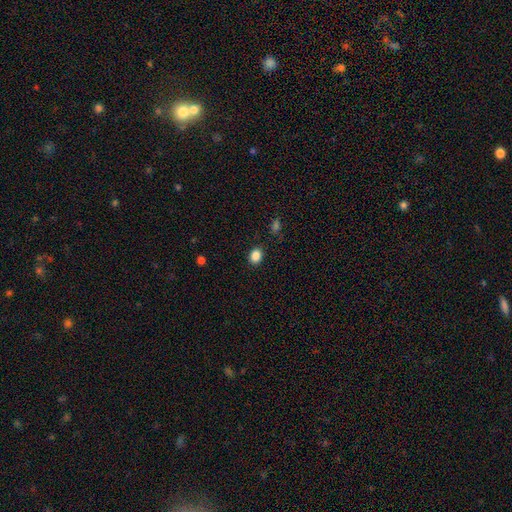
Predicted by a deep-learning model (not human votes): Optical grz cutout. It shows a smooth galaxy with no disk features (87%) that is in between round and cigar-shaped (57%). Merging: none (88%).